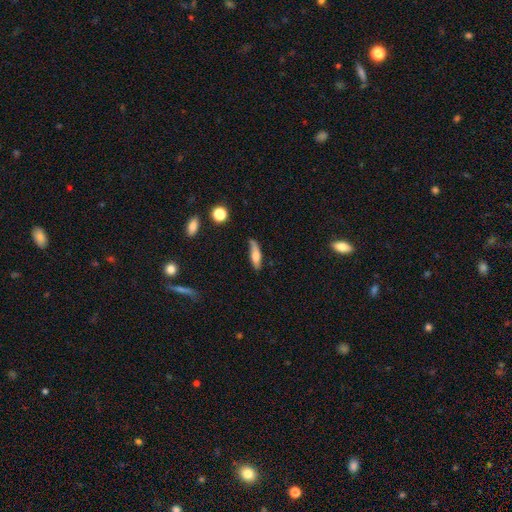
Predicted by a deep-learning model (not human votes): A smooth galaxy with no disk features (62%) that is cigar-shaped (54%).

Vote fractions:
- Smooth or featured? smooth: 62% / featured or disk: 30% / star or artifact: 8%
- How rounded? cigar-shaped: 54% / in between: 43% / round: 3%
- Merging? none: 58% / minor disturbance: 29% / major disturbance: 8% / merger: 4%